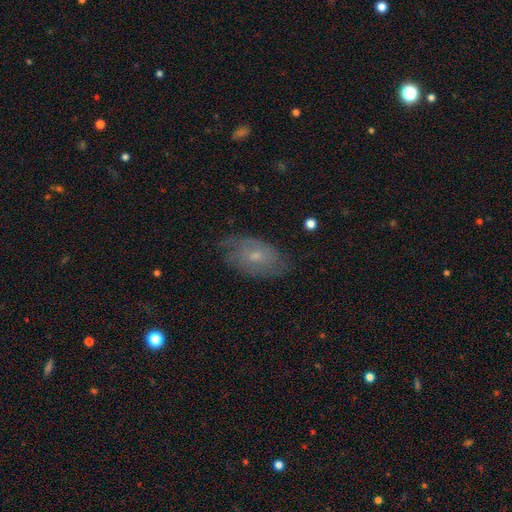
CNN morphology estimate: featured or disk 53%, smooth 38%, star or artifact 9%. Down the decision tree: edge-on disk — no (93%); merging — none (69%).